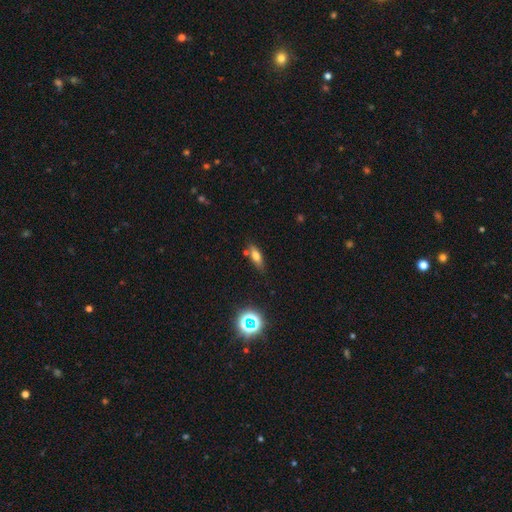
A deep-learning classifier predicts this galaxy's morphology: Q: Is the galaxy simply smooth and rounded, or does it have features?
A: smooth — 65%.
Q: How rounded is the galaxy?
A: in between — 63%.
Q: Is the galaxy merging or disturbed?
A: none — 73%.